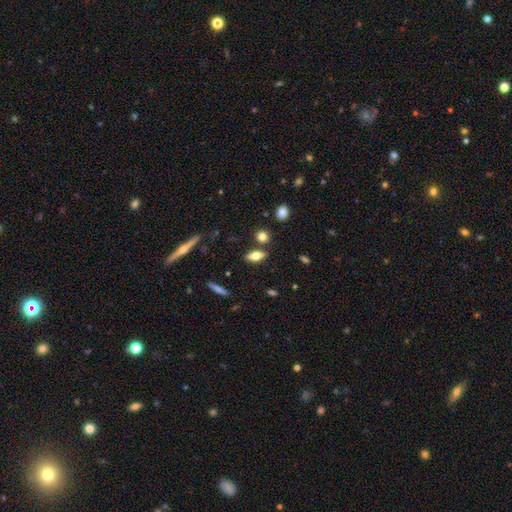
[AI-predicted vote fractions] The model was most divided on "smooth or featured": smooth: 64%, featured or disk: 26%, star or artifact: 10%. More confident: merging — none (79%); how rounded — in between (73%).